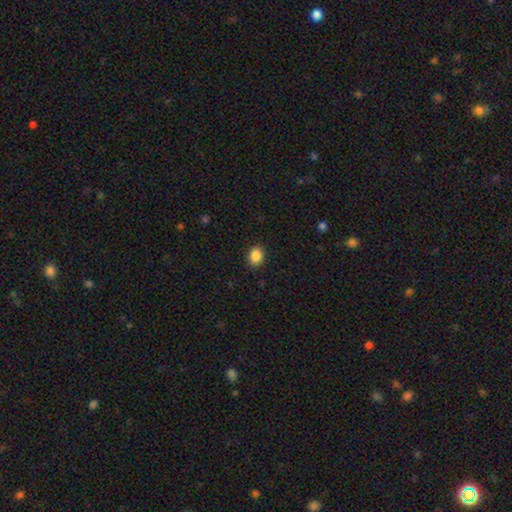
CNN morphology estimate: Smooth or featured?
  - smooth: 88% *
  - star or artifact: 9%
  - featured or disk: 3%
How rounded?
  - in between: 57% *
  - round: 42%
  - cigar-shaped: 1%
Merging?
  - none: 90% *
  - minor disturbance: 7%
  - major disturbance: 2%
  - merger: 1%